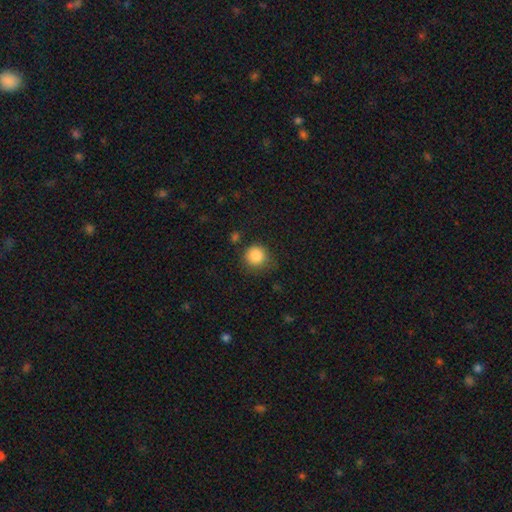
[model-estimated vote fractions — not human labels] Smooth or featured? Predicted: smooth (p=0.86). How rounded? Predicted: round (p=0.91). Merging? Predicted: none (p=0.72).